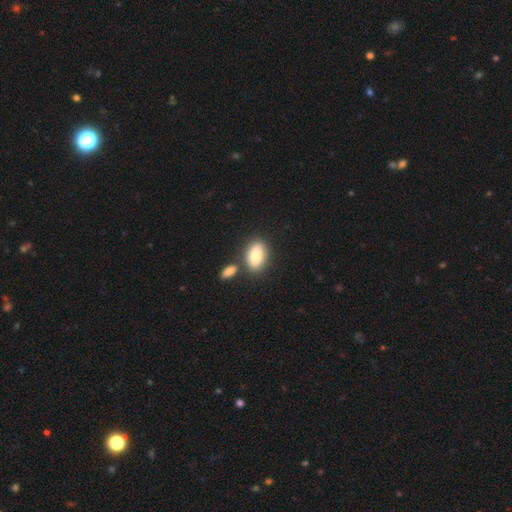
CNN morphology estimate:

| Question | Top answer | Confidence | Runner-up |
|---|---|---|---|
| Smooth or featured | smooth | 85% | featured or disk (9%) |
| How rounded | in between | 90% | round (7%) |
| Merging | none | 64% | merger (22%) |